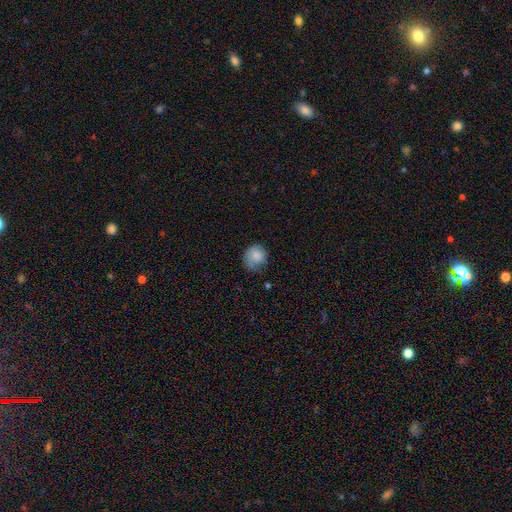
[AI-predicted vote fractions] A smooth galaxy with no disk features (74%) that is round (81%).

Vote fractions:
- Smooth or featured? smooth: 74% / featured or disk: 19% / star or artifact: 7%
- How rounded? round: 81% / in between: 18% / cigar-shaped: 1%
- Merging? none: 48% / minor disturbance: 31% / major disturbance: 19% / merger: 2%